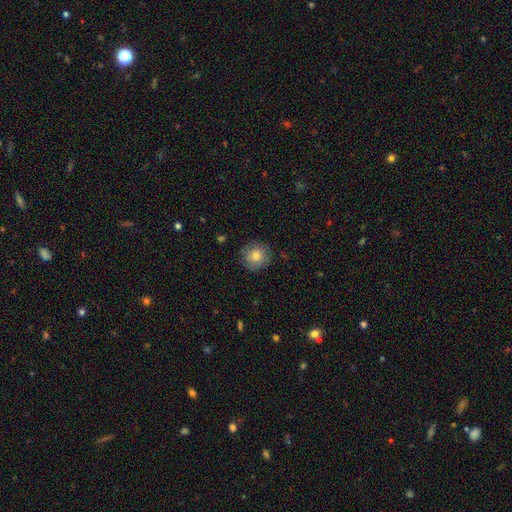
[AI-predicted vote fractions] Smooth or featured? smooth (79%)
How rounded? round (93%)
Merging? none (85%)